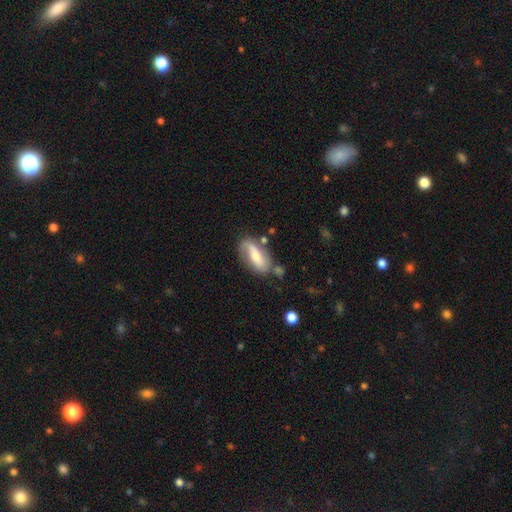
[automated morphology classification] This appears to be a featured or disk galaxy (53%). Merging: none (62%).